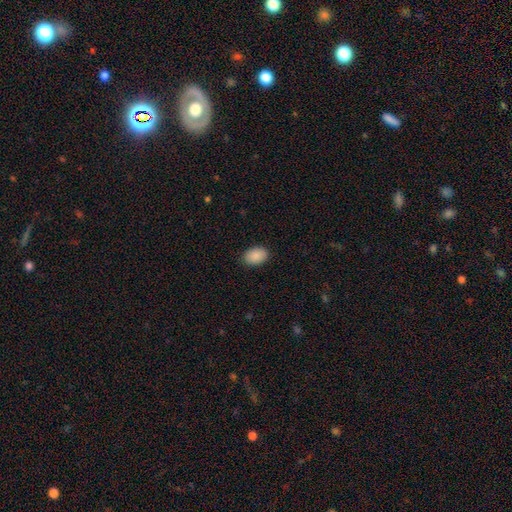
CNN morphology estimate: This appears to be a smooth galaxy with no disk features (90%) that is in between round and cigar-shaped (85%). Merging: none (89%).